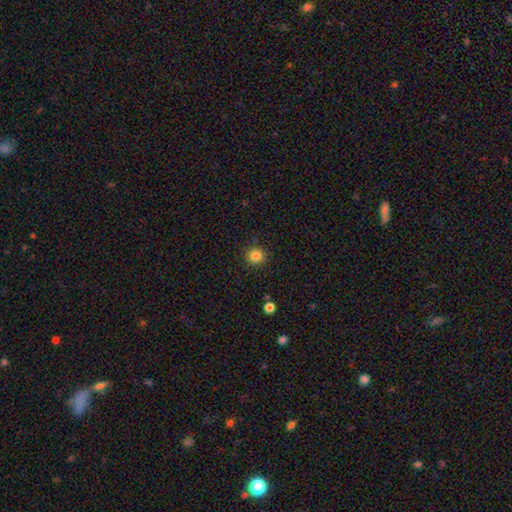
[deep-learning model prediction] smooth-or-featured: smooth: 84% | star or artifact: 11% | featured or disk: 5%
  how-rounded: round: 93% | in between: 6% | cigar-shaped: 1%
  merging: none: 91% | minor disturbance: 6% | major disturbance: 2% | merger: 1%